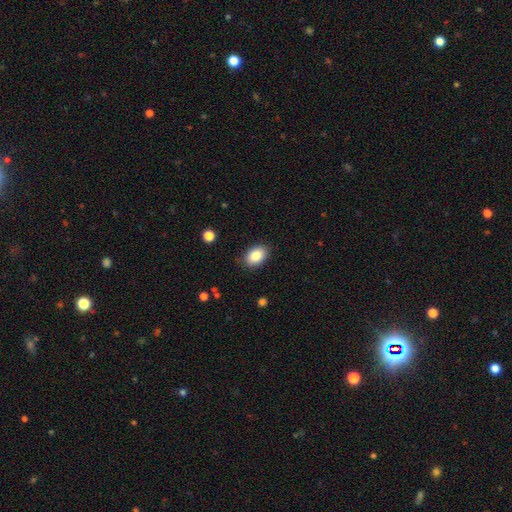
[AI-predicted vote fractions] Smooth or featured? Predicted: smooth (p=0.86). How rounded? Predicted: in between (p=0.85). Merging? Predicted: none (p=0.86).